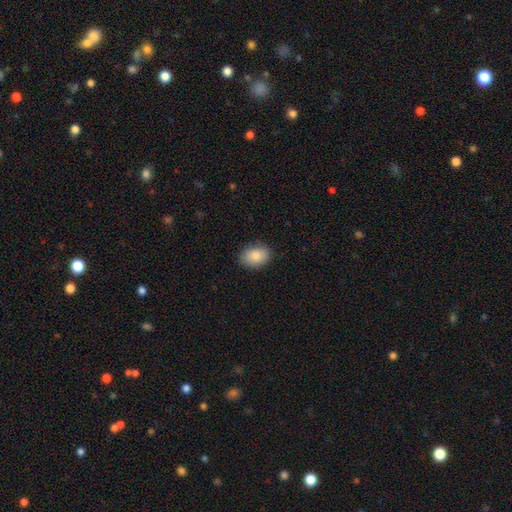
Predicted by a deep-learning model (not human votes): The model was most divided on "how rounded": in between: 77%, round: 21%, cigar-shaped: 1%. More confident: smooth or featured — smooth (85%); merging — none (85%).